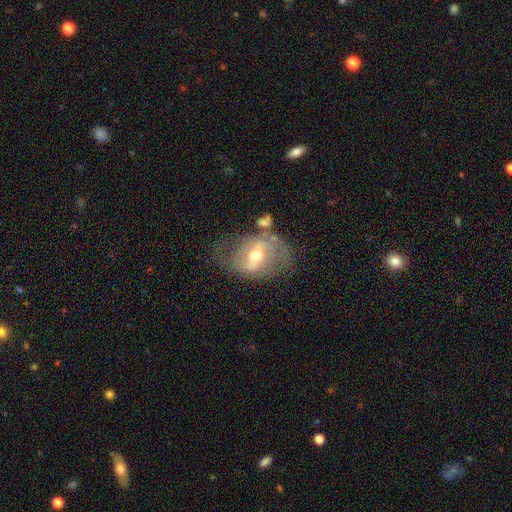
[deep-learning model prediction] featured or disk 70%, smooth 23%, star or artifact 8%. Down the decision tree: edge-on disk — no (93%); bar — strong (50%); spiral arms — yes (52%); bulge size — moderate (70%); merging — none (54%).